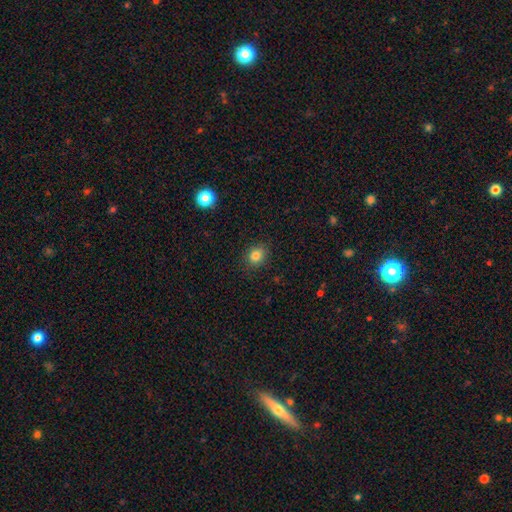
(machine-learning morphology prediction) smooth_or_featured: smooth (p=0.83) [alt: star or artifact p=0.12]
how_rounded: round (p=0.67) [alt: in between p=0.32]
merging: none (p=0.87) [alt: minor disturbance p=0.09]